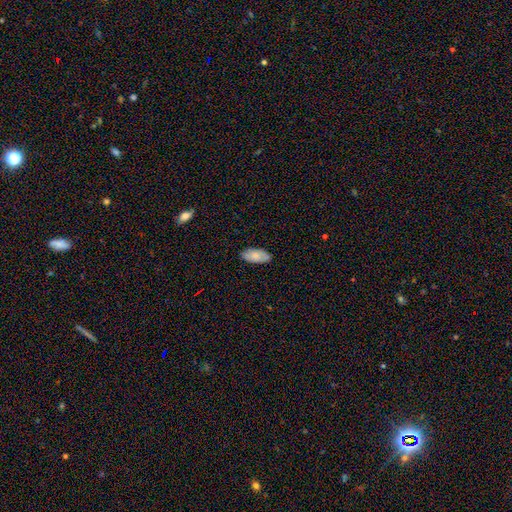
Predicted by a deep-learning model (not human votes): Q: Smooth or featured?
A: smooth (79%); runner-up: featured or disk (15%)
Q: How rounded?
A: in between (92%); runner-up: cigar-shaped (6%)
Q: Merging?
A: none (86%); runner-up: minor disturbance (11%)